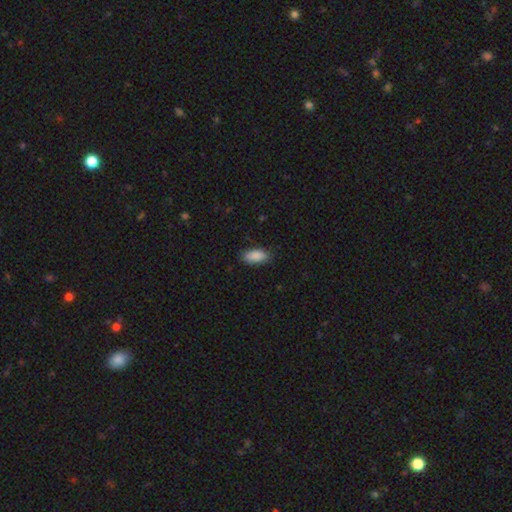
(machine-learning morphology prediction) This appears to be a smooth galaxy with no disk features (89%) that is in between round and cigar-shaped (91%). Merging: none (82%).